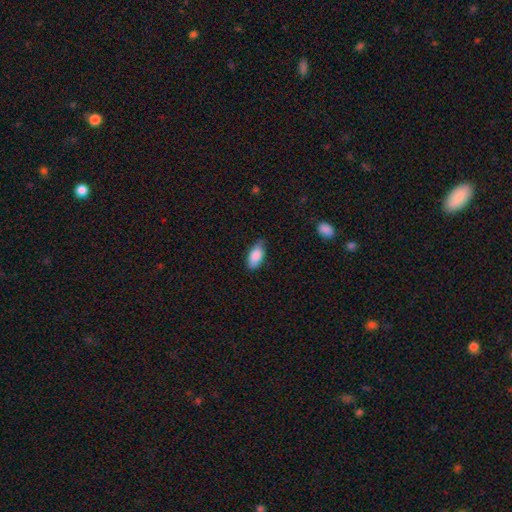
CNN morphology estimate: type=smooth (85%); roundness=in between (90%); merging=none (67%).